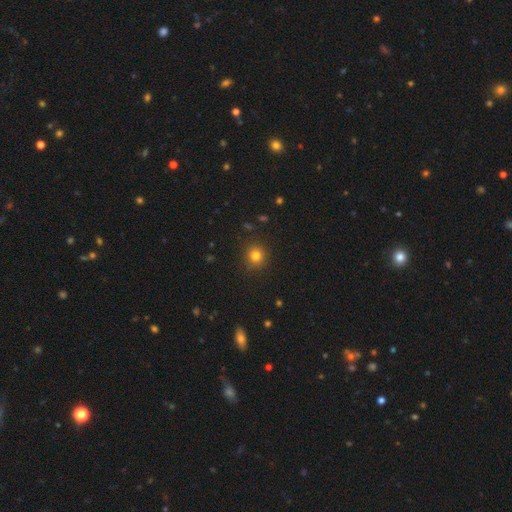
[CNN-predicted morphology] Smooth or featured? smooth (80%)
How rounded? round (92%)
Merging? none (90%)